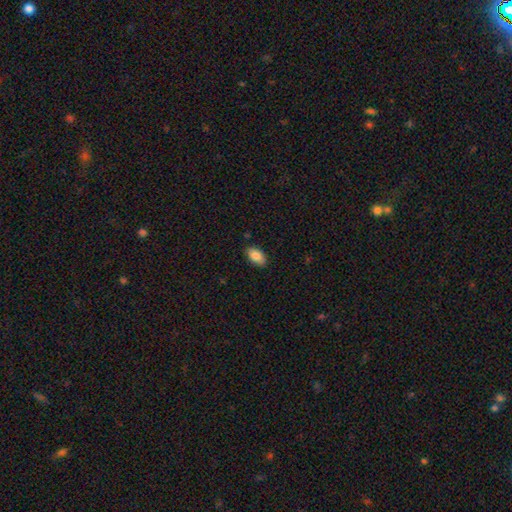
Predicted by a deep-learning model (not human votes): smooth_or_featured: smooth (p=0.86) [alt: star or artifact p=0.07]
how_rounded: in between (p=0.94) [alt: round p=0.04]
merging: none (p=0.85) [alt: minor disturbance p=0.11]